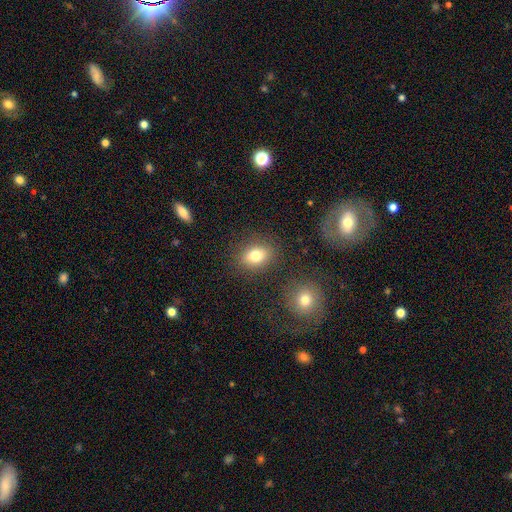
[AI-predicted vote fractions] Q: Smooth or featured?
A: smooth (79%); runner-up: star or artifact (11%)
Q: How rounded?
A: in between (63%); runner-up: round (35%)
Q: Merging?
A: none (82%); runner-up: minor disturbance (10%)